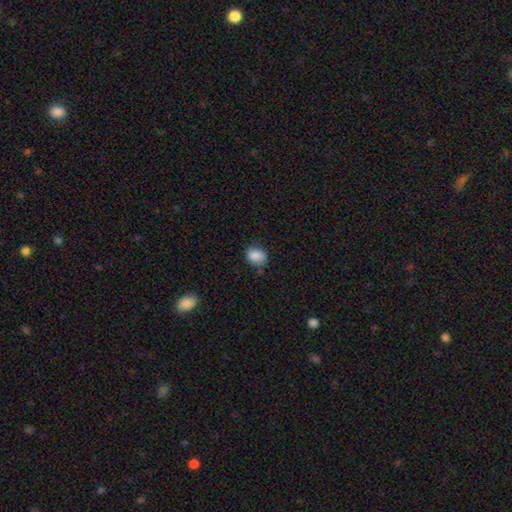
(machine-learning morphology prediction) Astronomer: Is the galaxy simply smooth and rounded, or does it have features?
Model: smooth — 86%.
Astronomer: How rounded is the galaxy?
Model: round — 52% (runner-up: in between, 47%).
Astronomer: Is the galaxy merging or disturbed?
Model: none — 70%.